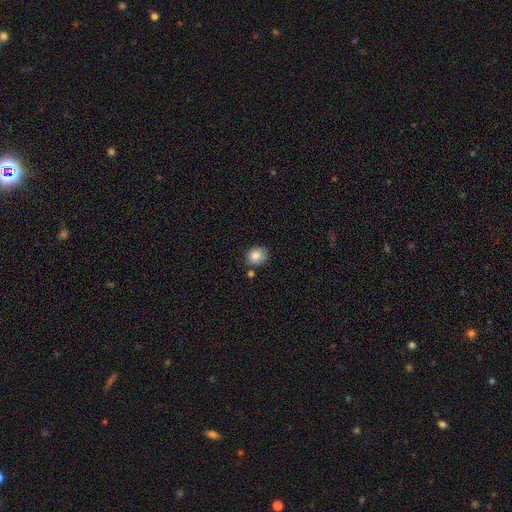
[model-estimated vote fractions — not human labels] Smooth or featured?
  - smooth: 86% *
  - star or artifact: 8%
  - featured or disk: 6%
How rounded?
  - round: 70% *
  - in between: 29%
  - cigar-shaped: 1%
Merging?
  - none: 67% *
  - minor disturbance: 19%
  - merger: 9%
  - major disturbance: 4%